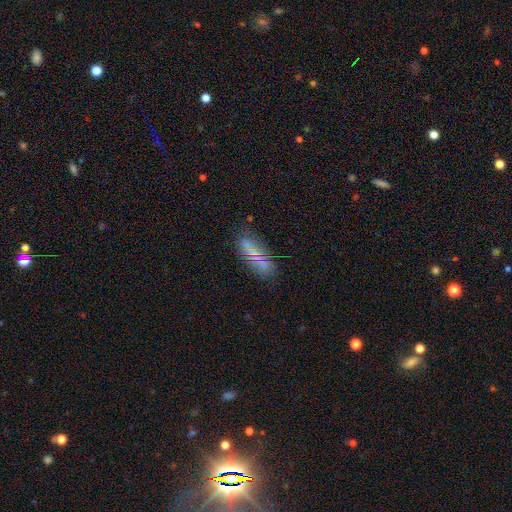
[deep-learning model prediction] This is possibly a smooth galaxy (47%). Merging: likely none (65%).